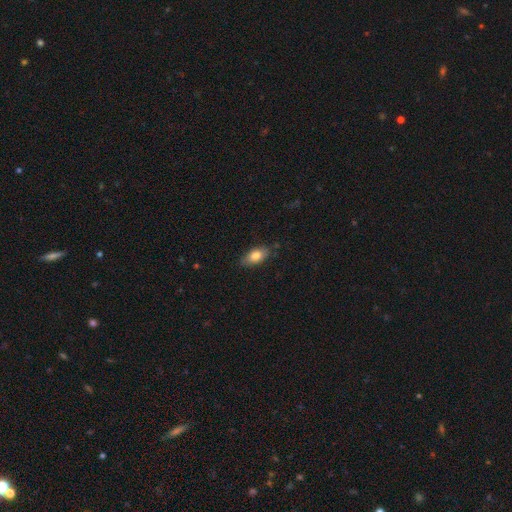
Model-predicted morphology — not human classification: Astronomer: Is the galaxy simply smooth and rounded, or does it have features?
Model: smooth — 80%.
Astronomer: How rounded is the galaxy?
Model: in between — 89%.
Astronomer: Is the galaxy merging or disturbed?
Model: none — 81%.